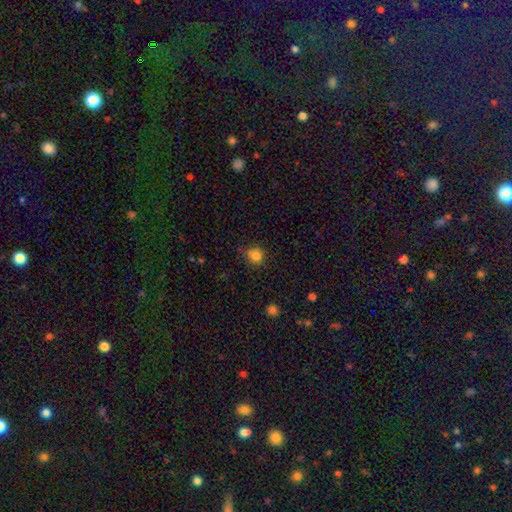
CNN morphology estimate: The model was most divided on "merging": none: 64%, minor disturbance: 21%, merger: 9%, major disturbance: 5%. More confident: how rounded — round (84%); smooth or featured — smooth (81%).